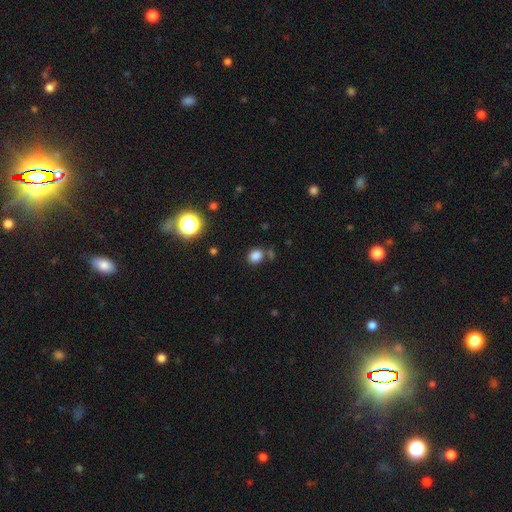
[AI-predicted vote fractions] smooth 81%, star or artifact 15%, featured or disk 4%. Down the decision tree: how rounded — round (57%); merging — none (75%).